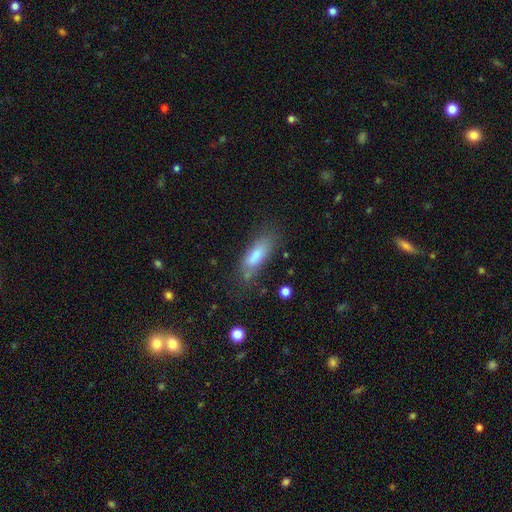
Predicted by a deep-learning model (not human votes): Smooth or featured? Predicted: smooth (p=0.78). How rounded? Predicted: in between (p=0.58). Merging? Predicted: none (p=0.65).